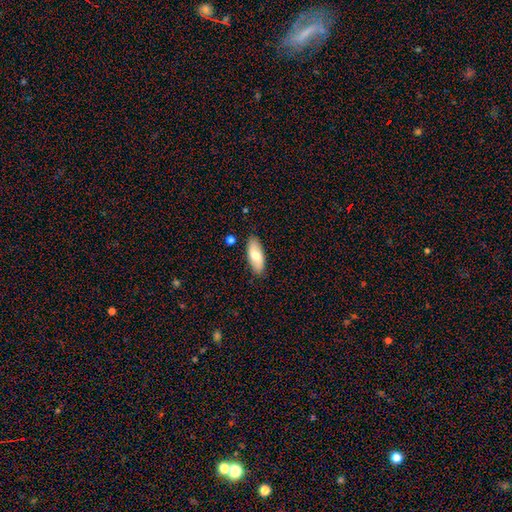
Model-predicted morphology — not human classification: smooth 68%, featured or disk 27%, star or artifact 6%. Down the decision tree: how rounded — in between (81%); merging — none (86%).